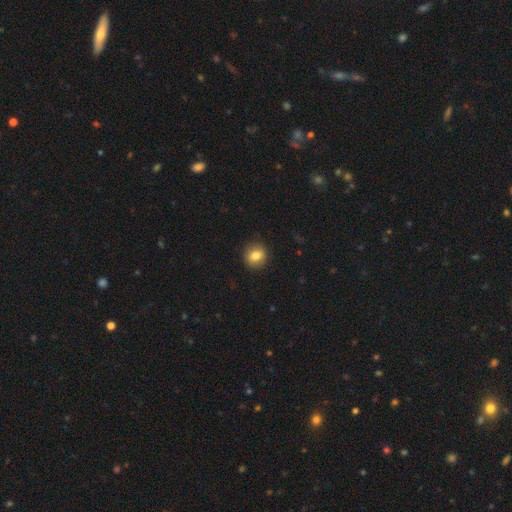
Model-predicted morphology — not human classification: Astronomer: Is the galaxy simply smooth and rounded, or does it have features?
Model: smooth — 79%.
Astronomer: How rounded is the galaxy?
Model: round — 82%.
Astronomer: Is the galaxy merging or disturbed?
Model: none — 89%.